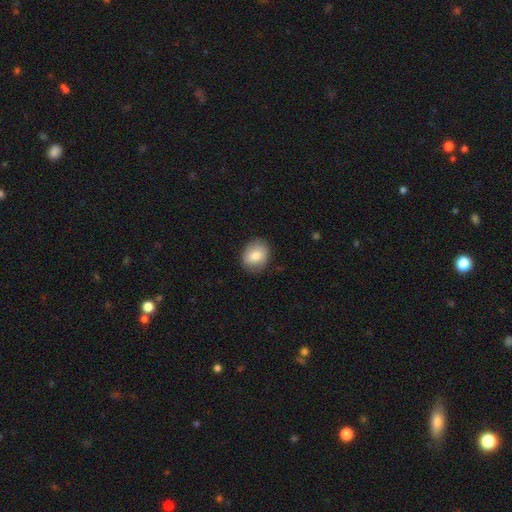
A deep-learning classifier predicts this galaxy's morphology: smooth-or-featured: smooth: 78% | featured or disk: 15% | star or artifact: 7%
  how-rounded: round: 50% | in between: 49% | cigar-shaped: 1%
  merging: none: 84% | minor disturbance: 12% | major disturbance: 3% | merger: 1%